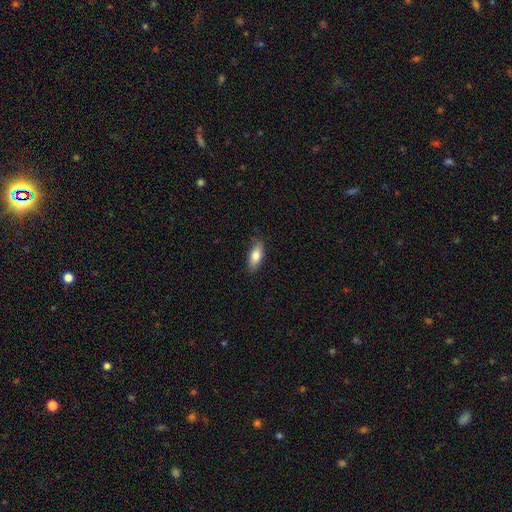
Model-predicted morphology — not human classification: smooth_or_featured: smooth (p=0.79) [alt: featured or disk p=0.14]
how_rounded: in between (p=0.79) [alt: cigar-shaped p=0.18]
merging: none (p=0.79) [alt: minor disturbance p=0.17]